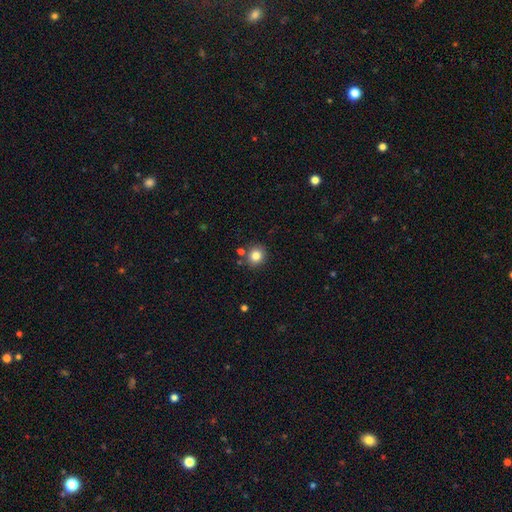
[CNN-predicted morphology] Smooth or featured?
  - smooth: 83% *
  - star or artifact: 11%
  - featured or disk: 6%
How rounded?
  - round: 86% *
  - in between: 13%
  - cigar-shaped: 1%
Merging?
  - none: 82% *
  - minor disturbance: 9%
  - merger: 7%
  - major disturbance: 2%